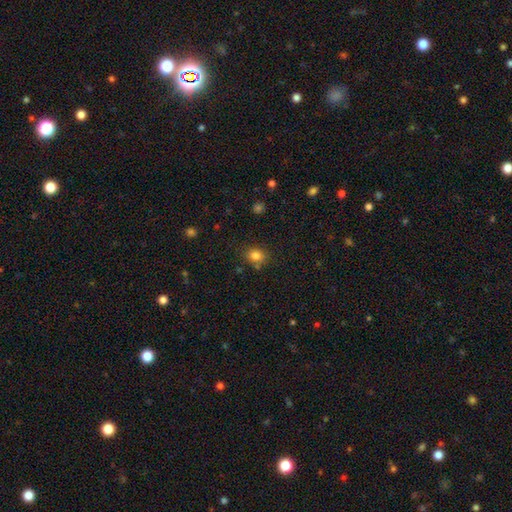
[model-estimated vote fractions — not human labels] smooth-or-featured: smooth: 82% | star or artifact: 12% | featured or disk: 6%
  how-rounded: round: 54% | in between: 46% | cigar-shaped: 1%
  merging: none: 74% | minor disturbance: 15% | merger: 7% | major disturbance: 4%